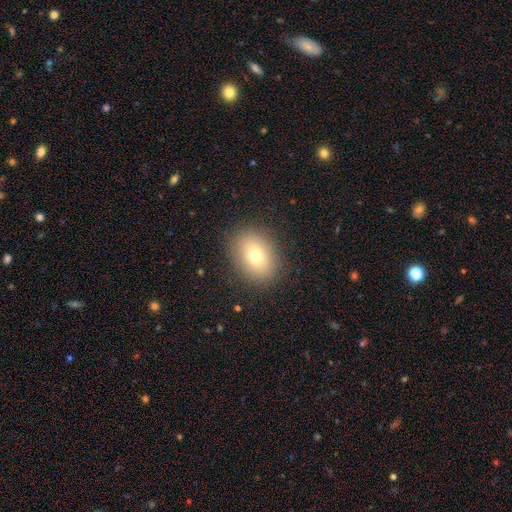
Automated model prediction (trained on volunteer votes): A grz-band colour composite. It shows a smooth galaxy with no disk features (73%) that is in between round and cigar-shaped (58%). Merging: none (87%).